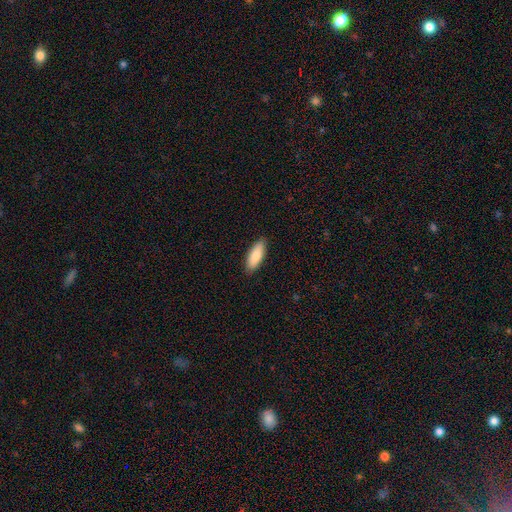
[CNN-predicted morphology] Smooth or featured: smooth — 85% (featured or disk — 10%)
How rounded: in between — 67% (cigar-shaped — 31%)
Merging: none — 89% (minor disturbance — 9%)